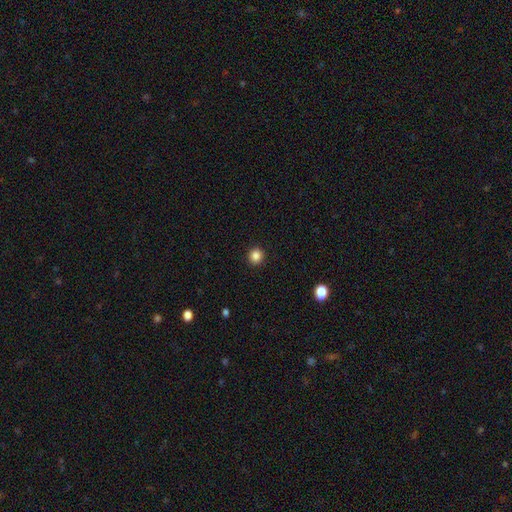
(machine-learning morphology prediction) A smooth galaxy with no disk features (86%) that is round (89%).

Vote fractions:
- Smooth or featured? smooth: 86% / star or artifact: 11% / featured or disk: 3%
- How rounded? round: 89% / in between: 10% / cigar-shaped: 1%
- Merging? none: 93% / minor disturbance: 5% / major disturbance: 2% / merger: 1%